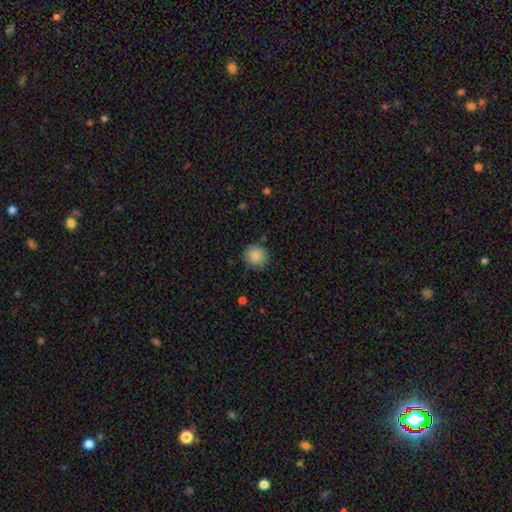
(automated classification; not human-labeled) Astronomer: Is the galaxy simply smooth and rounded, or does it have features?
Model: smooth — 87%.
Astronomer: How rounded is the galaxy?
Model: round — 92%.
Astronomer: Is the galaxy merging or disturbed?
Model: none — 85%.